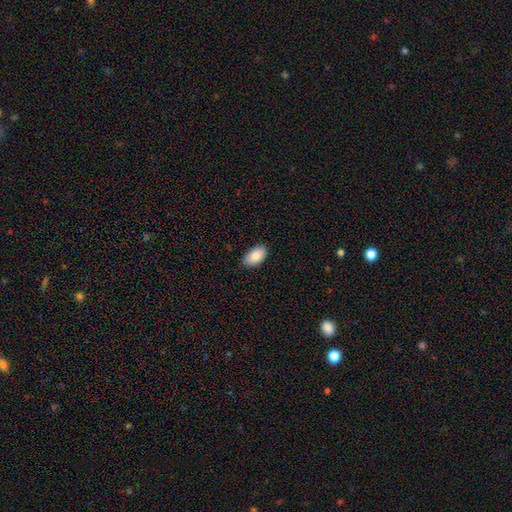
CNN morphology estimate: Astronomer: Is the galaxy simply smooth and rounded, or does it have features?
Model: smooth — 88%.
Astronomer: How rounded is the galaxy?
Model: in between — 95%.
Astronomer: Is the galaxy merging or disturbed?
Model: none — 84%.